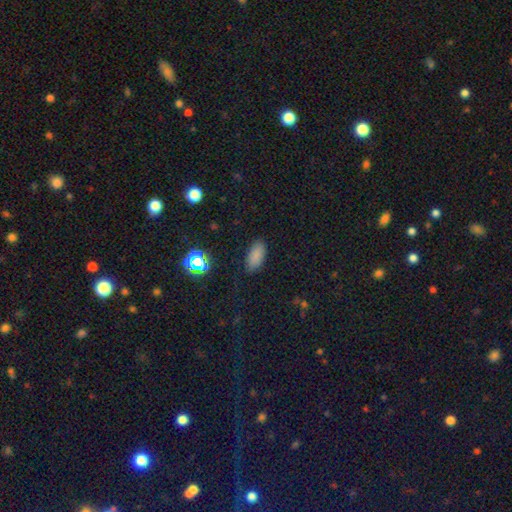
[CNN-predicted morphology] smooth 81%, star or artifact 14%, featured or disk 5%. Down the decision tree: how rounded — in between (88%); merging — none (85%).